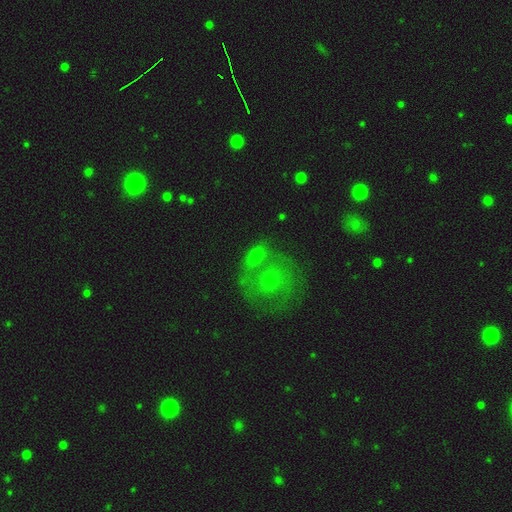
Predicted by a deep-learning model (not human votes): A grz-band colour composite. It shows a smooth galaxy with no disk features (55%) that is in between round and cigar-shaped (50%). Merging: none (50%).